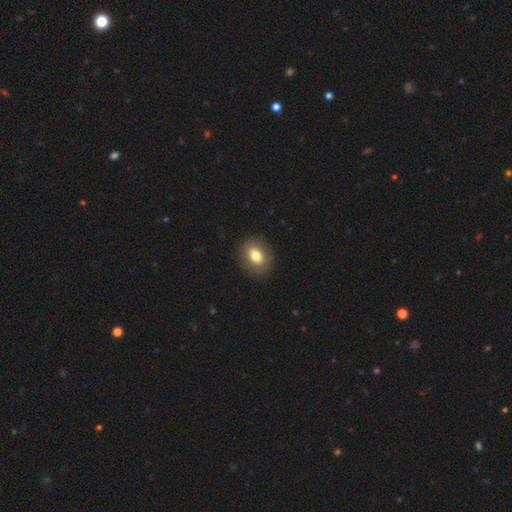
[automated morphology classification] Smooth or featured: smooth — 79% (featured or disk — 13%)
How rounded: in between — 65% (round — 33%)
Merging: none — 88% (minor disturbance — 8%)